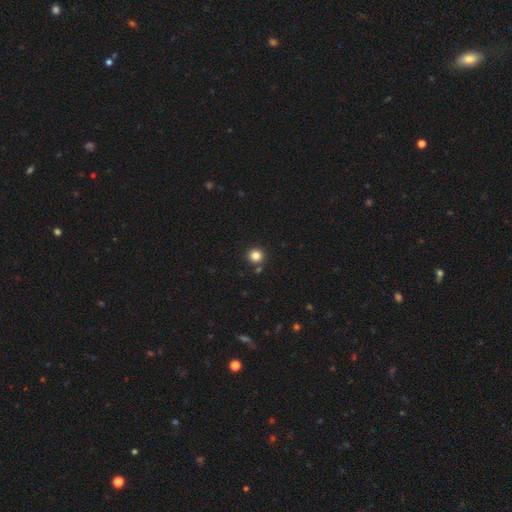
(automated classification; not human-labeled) Smooth or featured? smooth (83%)
How rounded? round (94%)
Merging? none (86%)